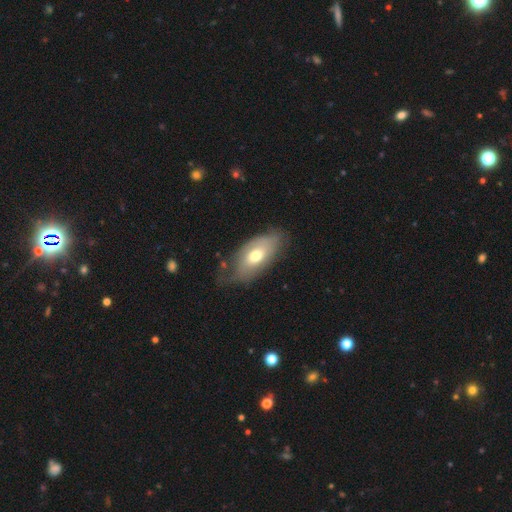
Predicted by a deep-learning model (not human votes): A smooth galaxy with no disk features (59%) that is in between round and cigar-shaped (91%).

Vote fractions:
- Smooth or featured? smooth: 59% / featured or disk: 34% / star or artifact: 7%
- How rounded? in between: 91% / cigar-shaped: 5% / round: 4%
- Merging? none: 56% / minor disturbance: 30% / major disturbance: 12% / merger: 2%